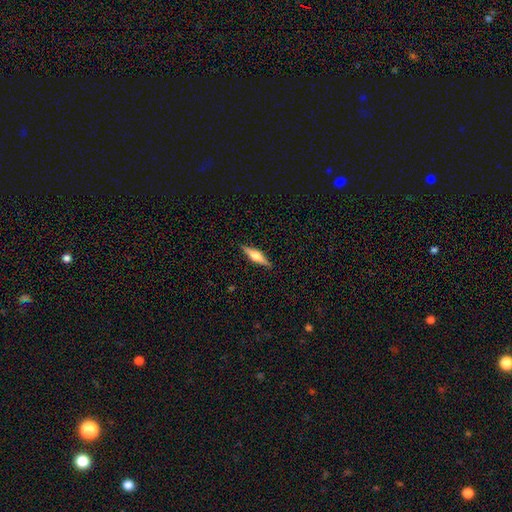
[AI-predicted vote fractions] featured or disk 66%, smooth 28%, star or artifact 6%. Down the decision tree: edge-on disk — yes (97%); edge-on bulge — rounded (88%); merging — none (90%).